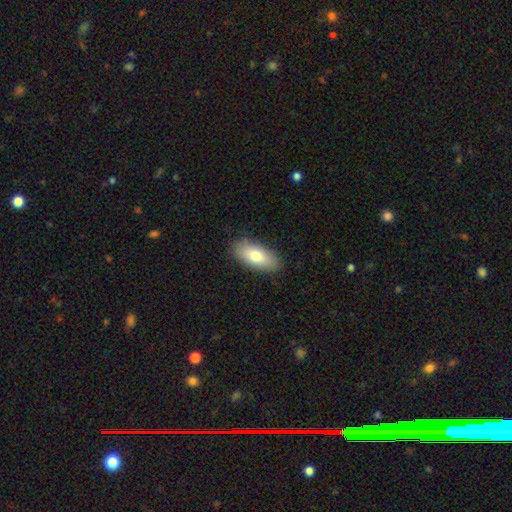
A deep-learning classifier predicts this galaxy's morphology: A smooth galaxy with no disk features (75%) that is in between round and cigar-shaped (86%).

Vote fractions:
- Smooth or featured? smooth: 75% / featured or disk: 18% / star or artifact: 7%
- How rounded? in between: 86% / cigar-shaped: 11% / round: 3%
- Merging? none: 87% / minor disturbance: 10% / major disturbance: 2% / merger: 1%